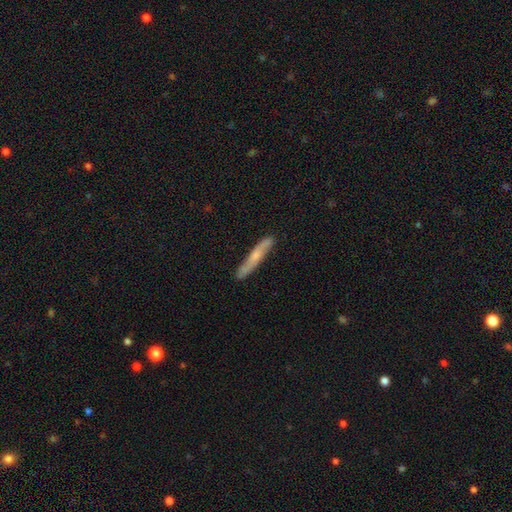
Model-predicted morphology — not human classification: A featured or disk galaxy (49%). Merging: none (84%).